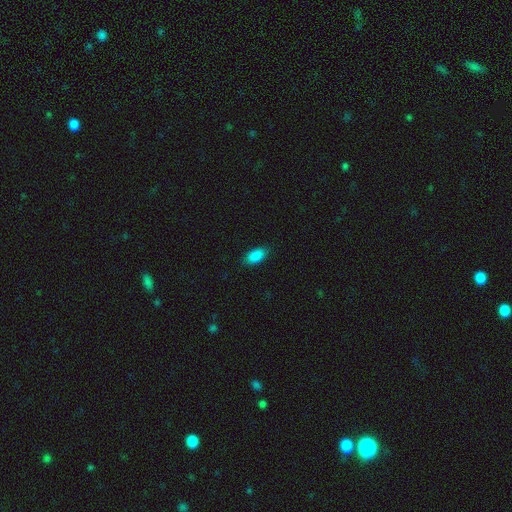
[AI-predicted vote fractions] Overall: smooth (89%). How rounded: in between (92%). Merging: none (86%).